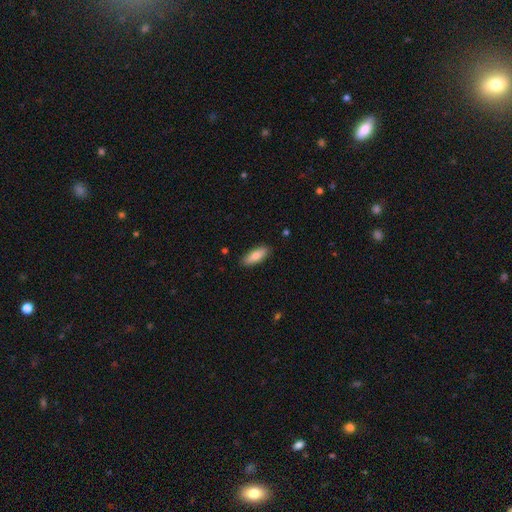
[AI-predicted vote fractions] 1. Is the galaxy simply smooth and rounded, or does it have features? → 80% smooth, 14% featured or disk, 6% star or artifact.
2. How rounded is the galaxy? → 69% in between, 29% cigar-shaped, 2% round.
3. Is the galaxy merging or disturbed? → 89% none, 9% minor disturbance, 2% major disturbance, 1% merger.